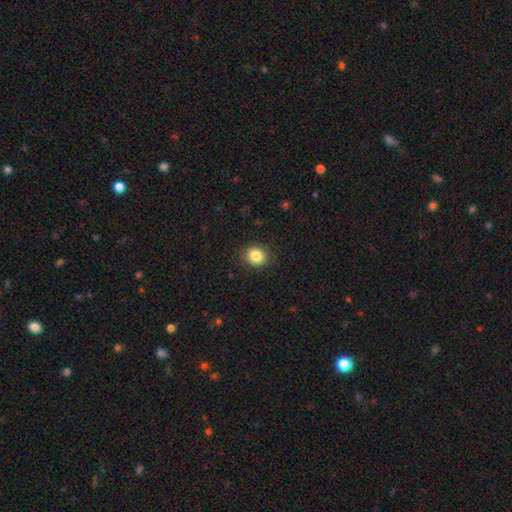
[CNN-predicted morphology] smooth 85%, star or artifact 10%, featured or disk 5%. Down the decision tree: how rounded — round (75%); merging — none (89%).